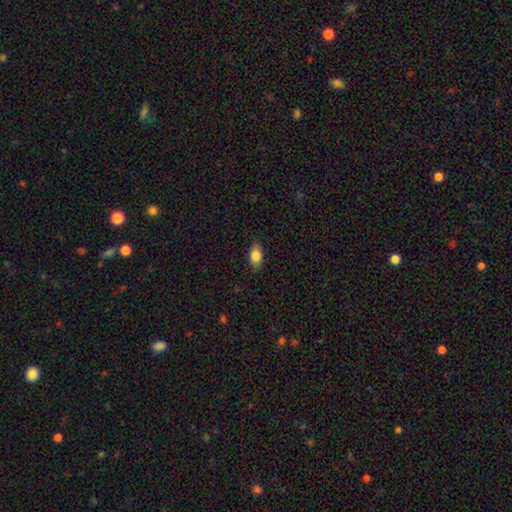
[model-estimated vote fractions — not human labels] smooth 83%, featured or disk 9%, star or artifact 8%. Down the decision tree: how rounded — in between (87%); merging — none (85%).